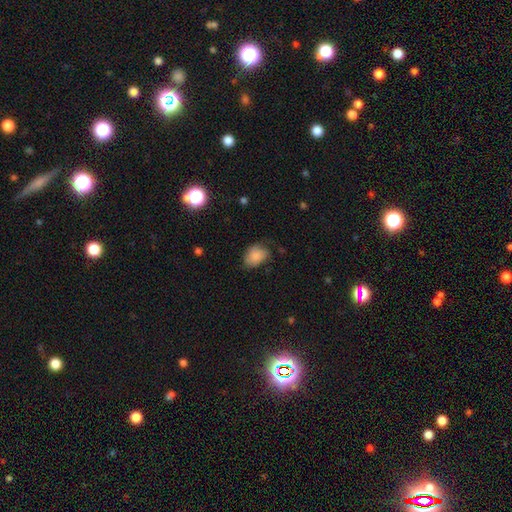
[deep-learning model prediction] The model was most divided on "merging": none: 58%, minor disturbance: 32%, major disturbance: 8%, merger: 2%. More confident: smooth or featured — smooth (82%); how rounded — in between (73%).